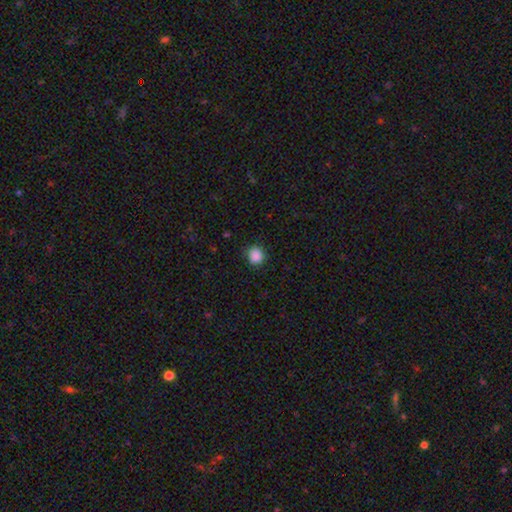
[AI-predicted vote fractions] Smooth or featured? Predicted: smooth (p=0.87). How rounded? Predicted: round (p=0.83). Merging? Predicted: none (p=0.86).